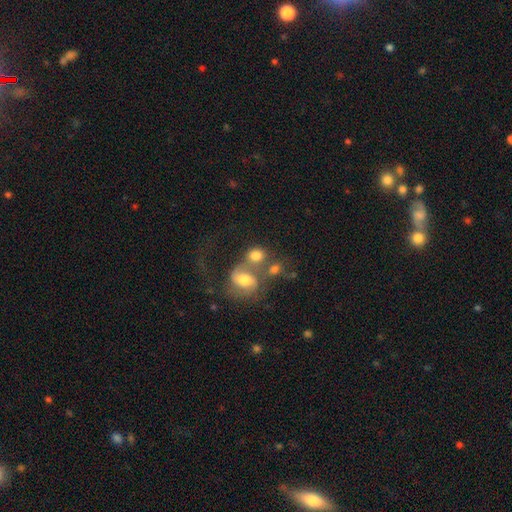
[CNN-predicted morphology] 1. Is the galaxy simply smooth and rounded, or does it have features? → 58% smooth, 32% featured or disk, 10% star or artifact.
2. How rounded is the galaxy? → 61% round, 37% in between, 2% cigar-shaped.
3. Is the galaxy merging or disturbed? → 51% merger, 30% none, 10% minor disturbance, 9% major disturbance.